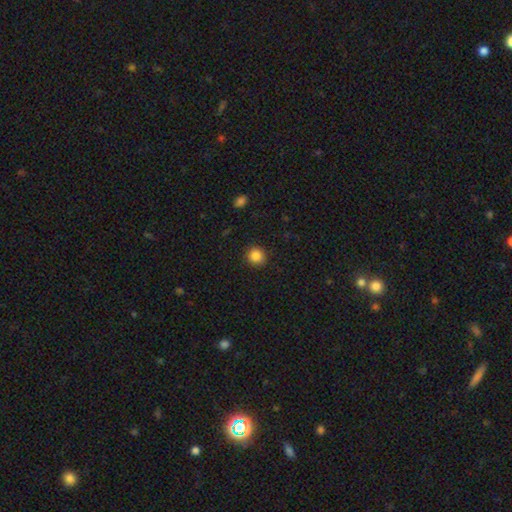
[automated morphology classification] Smooth or featured: smooth — 85% (star or artifact — 11%)
How rounded: round — 90% (in between — 9%)
Merging: none — 91% (minor disturbance — 6%)